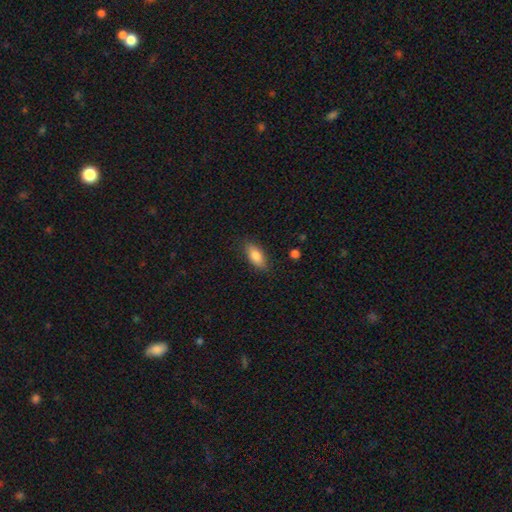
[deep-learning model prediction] The model was most divided on "how rounded": in between: 83%, cigar-shaped: 14%, round: 3%. More confident: merging — none (83%); smooth or featured — smooth (82%).